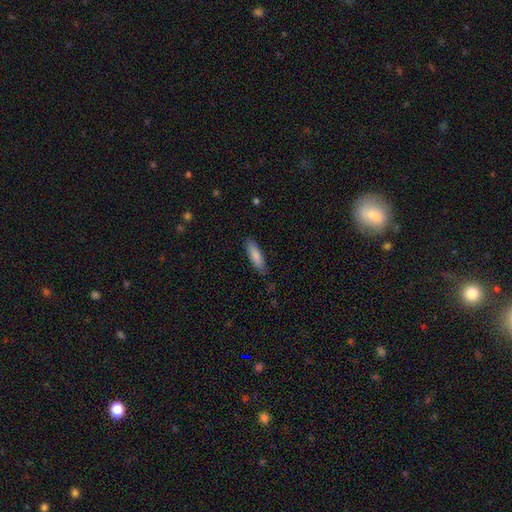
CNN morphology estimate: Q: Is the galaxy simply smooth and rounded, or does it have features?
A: smooth — 84%.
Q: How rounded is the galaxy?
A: cigar-shaped — 53%.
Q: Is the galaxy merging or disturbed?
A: none — 82%.